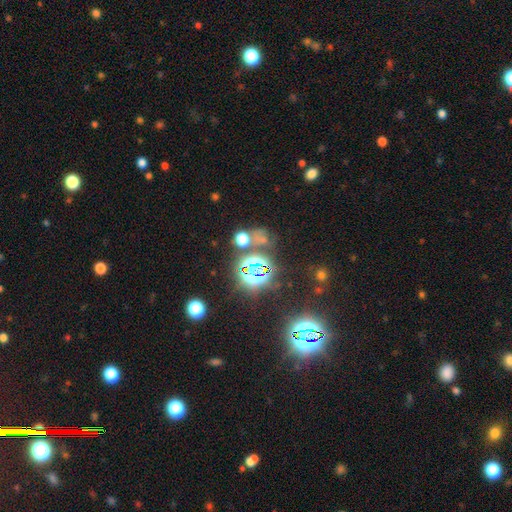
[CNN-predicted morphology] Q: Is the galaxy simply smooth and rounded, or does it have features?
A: star or artifact — 79%.